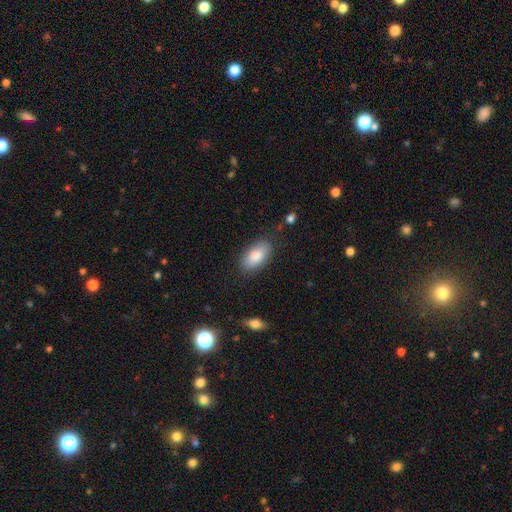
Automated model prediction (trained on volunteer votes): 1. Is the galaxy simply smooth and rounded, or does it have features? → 83% smooth, 11% featured or disk, 7% star or artifact.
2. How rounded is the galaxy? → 92% in between, 4% cigar-shaped, 4% round.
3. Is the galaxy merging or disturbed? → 84% none, 12% minor disturbance, 3% major disturbance, 2% merger.